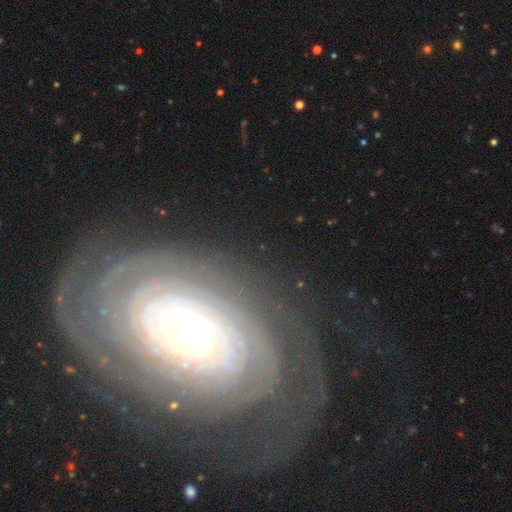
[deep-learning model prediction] A featured or disk galaxy (86%) with no bar (78%), tight (85%) spiral arms (95%) and a moderate central bulge (47%).

Vote fractions:
- Smooth or featured? featured or disk: 86% / smooth: 8% / star or artifact: 7%
- Edge-on disk? no: 95% / yes: 5%
- Bar? no: 78% / weak: 14% / strong: 8%
- Spiral arms? yes: 95% / no: 5%
- Spiral winding? tight: 85% / medium: 12% / loose: 3%
- Spiral arm count? can't tell: 34% / more than 4: 19% / 2: 14% / 4: 13% / 3: 12% / 1: 7%
- Bulge size? moderate: 47% / small: 43% / large: 7% / dominant: 2% / none: 1%
- Merging? none: 74% / minor disturbance: 15% / major disturbance: 9% / merger: 2%